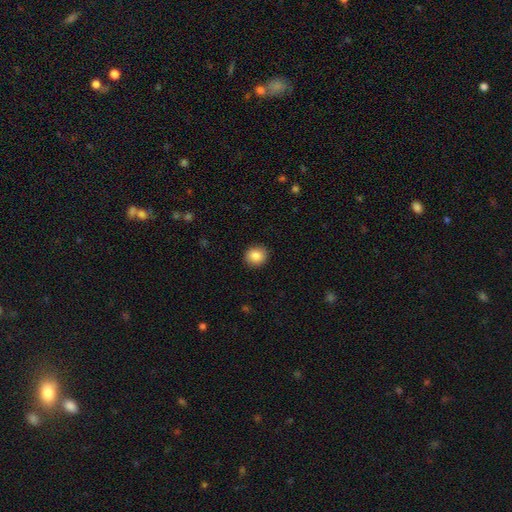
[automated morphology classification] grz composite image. It shows a smooth galaxy with no disk features (86%) that is round (81%). Merging: none (91%).